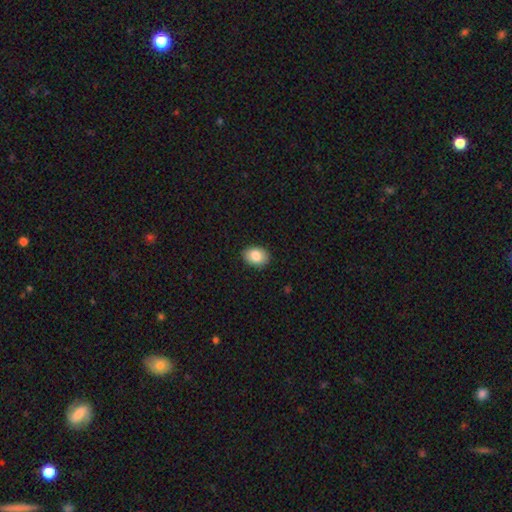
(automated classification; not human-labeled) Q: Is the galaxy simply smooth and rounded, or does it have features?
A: smooth — 86%.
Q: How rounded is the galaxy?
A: in between — 73%.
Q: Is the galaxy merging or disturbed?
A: none — 88%.